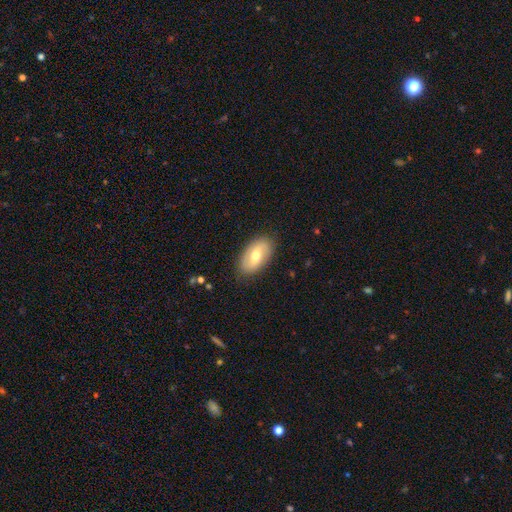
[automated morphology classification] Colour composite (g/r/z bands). It shows a smooth galaxy with no disk features (51%) that is in between round and cigar-shaped (93%). Merging: none (84%).